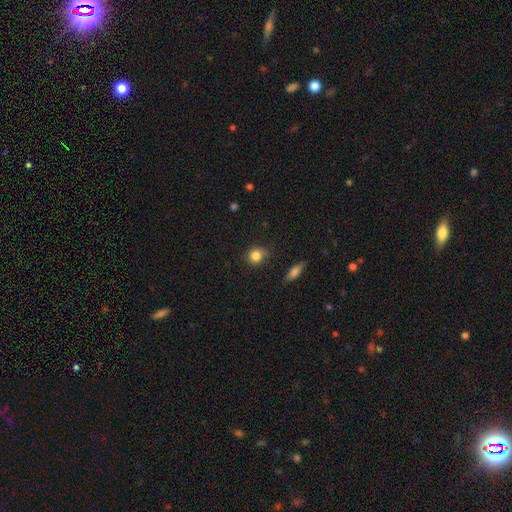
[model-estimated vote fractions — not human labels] Smooth or featured? Predicted: smooth (p=0.84). How rounded? Predicted: round (p=0.82). Merging? Predicted: none (p=0.77).